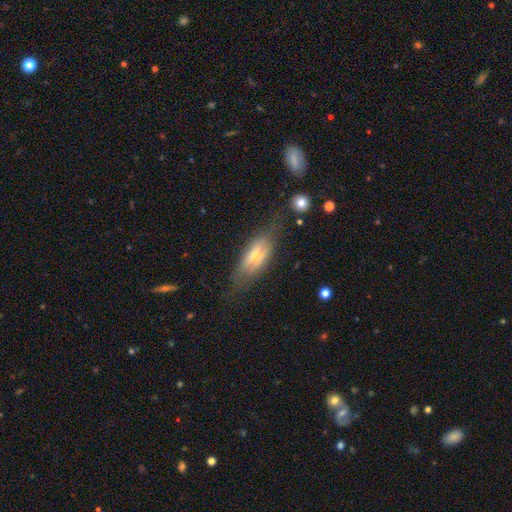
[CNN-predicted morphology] This appears to be a featured or disk galaxy (48%). Merging: none (63%).